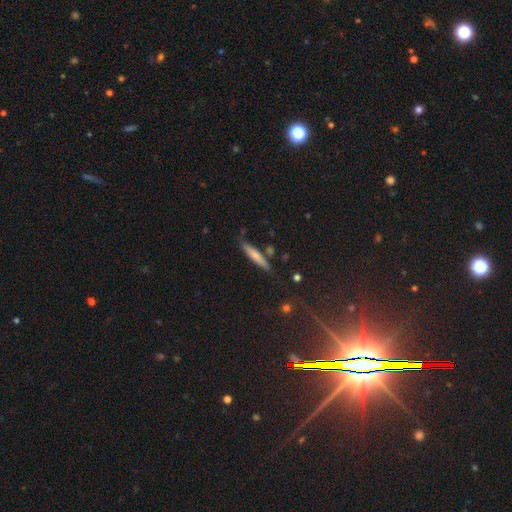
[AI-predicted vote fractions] Smooth or featured?
  - smooth: 67% *
  - featured or disk: 26%
  - star or artifact: 7%
How rounded?
  - cigar-shaped: 90% *
  - in between: 8%
  - round: 2%
Merging?
  - none: 80% *
  - minor disturbance: 12%
  - merger: 5%
  - major disturbance: 2%